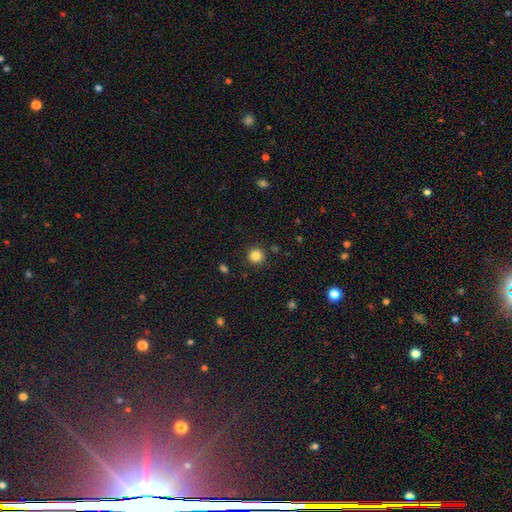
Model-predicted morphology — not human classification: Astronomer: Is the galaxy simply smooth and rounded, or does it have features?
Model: smooth — 84%.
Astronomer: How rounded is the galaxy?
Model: round — 94%.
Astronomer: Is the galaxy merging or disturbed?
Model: none — 90%.